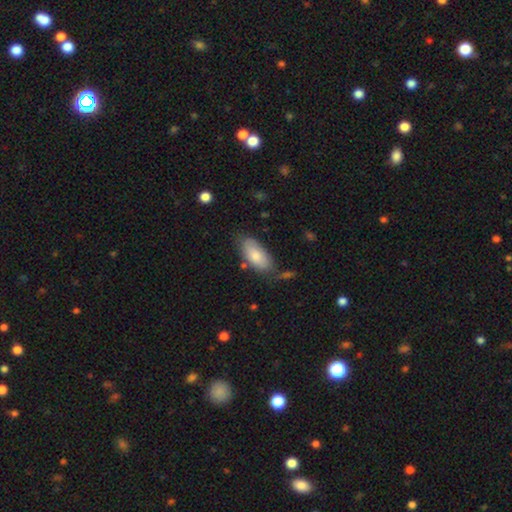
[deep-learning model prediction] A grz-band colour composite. It shows a smooth galaxy with no disk features (79%) that is in between round and cigar-shaped (91%). Merging: none (66%).